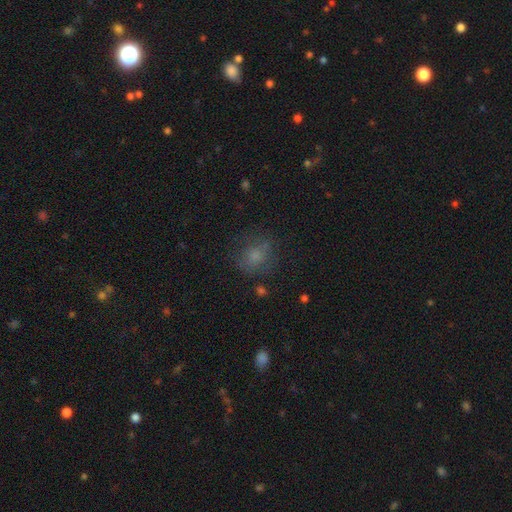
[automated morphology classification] smooth-or-featured: smooth: 65% | featured or disk: 18% | star or artifact: 17%
  how-rounded: round: 72% | in between: 27% | cigar-shaped: 1%
  merging: none: 66% | minor disturbance: 19% | major disturbance: 12% | merger: 2%